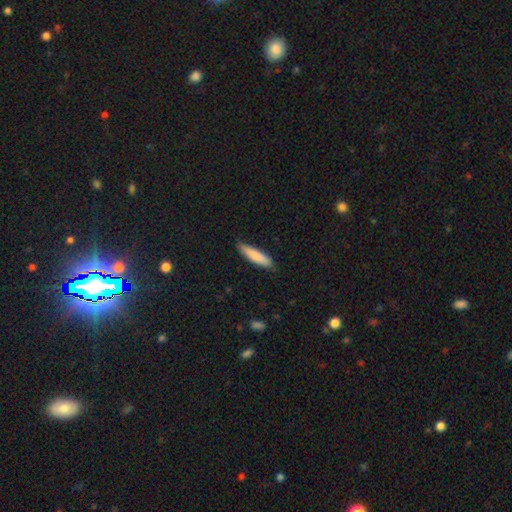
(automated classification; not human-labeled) Smooth or featured?
  - smooth: 82% *
  - featured or disk: 12%
  - star or artifact: 5%
How rounded?
  - cigar-shaped: 76% *
  - in between: 23%
  - round: 1%
Merging?
  - none: 84% *
  - minor disturbance: 13%
  - major disturbance: 2%
  - merger: 1%